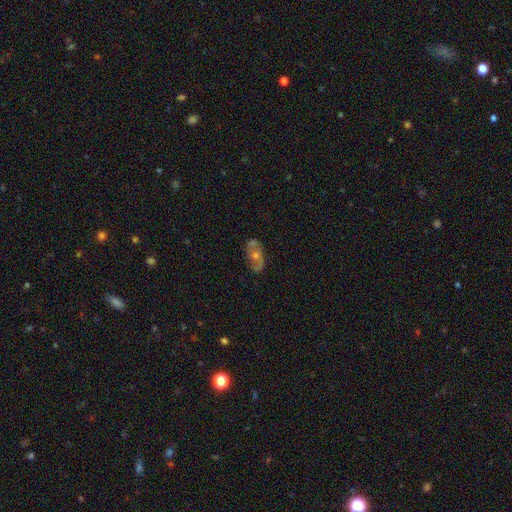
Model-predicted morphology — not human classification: This appears to be a featured or disk galaxy (69%) with no bar (76%), spiral arms (74%) and a moderate central bulge (64%). Merging: none (70%).